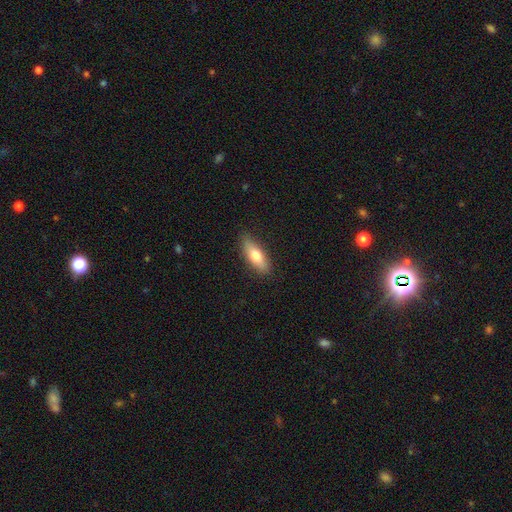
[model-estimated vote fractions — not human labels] A smooth galaxy with no disk features (69%) that is in between round and cigar-shaped (62%). Merging: none (86%).